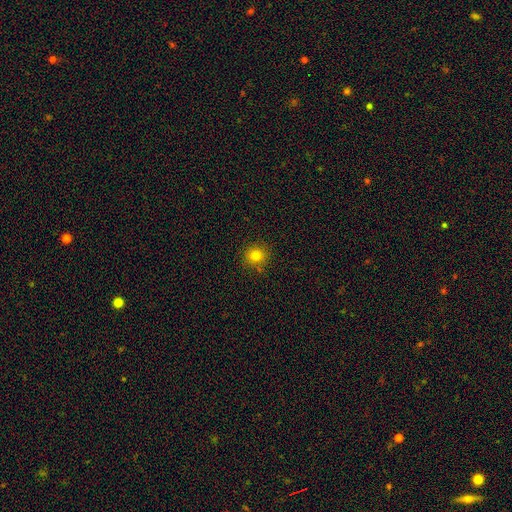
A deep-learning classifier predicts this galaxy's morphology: smooth 79%, star or artifact 14%, featured or disk 6%. Down the decision tree: how rounded — round (92%); merging — none (87%).